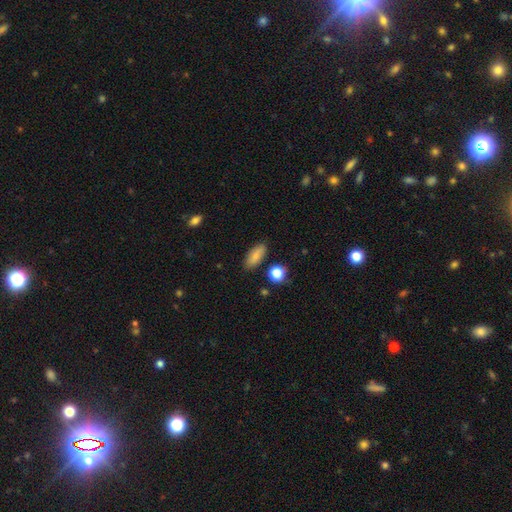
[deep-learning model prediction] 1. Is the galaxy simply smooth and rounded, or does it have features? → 82% smooth, 10% featured or disk, 8% star or artifact.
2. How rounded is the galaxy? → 80% in between, 16% cigar-shaped, 4% round.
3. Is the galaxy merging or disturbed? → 83% none, 12% minor disturbance, 3% merger, 3% major disturbance.